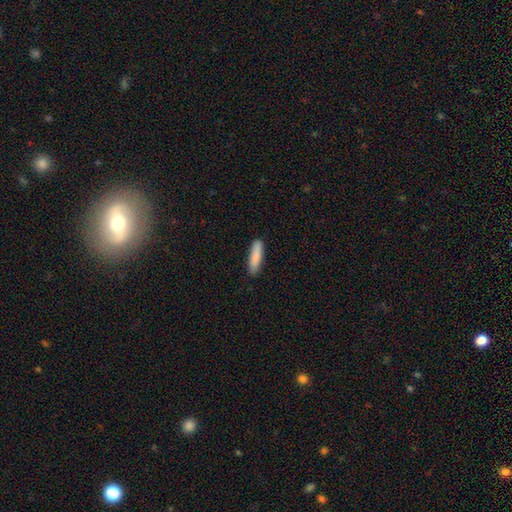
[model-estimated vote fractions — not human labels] A smooth galaxy with no disk features (88%) that is cigar-shaped (74%). Merging: none (87%).